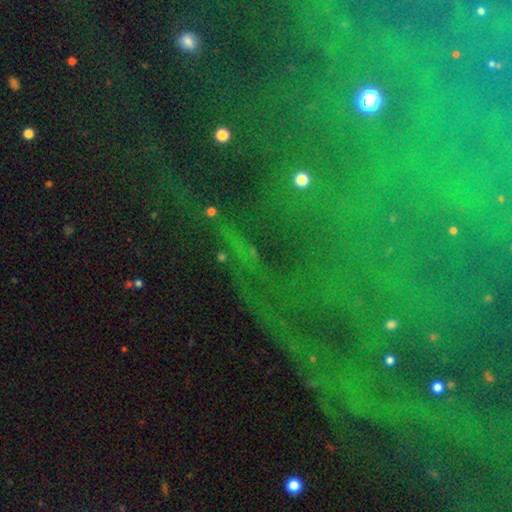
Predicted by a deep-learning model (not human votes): star or artifact 79%, featured or disk 11%, smooth 10%.